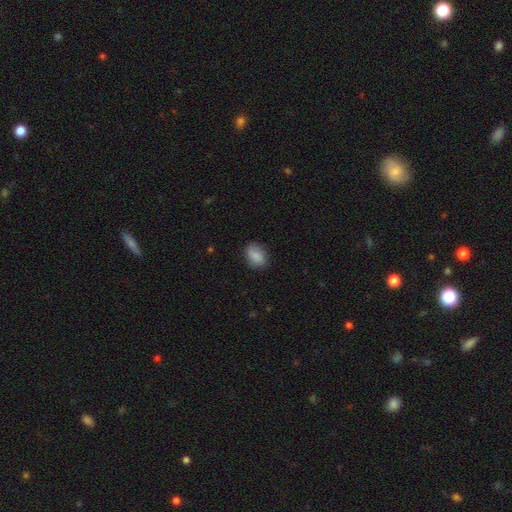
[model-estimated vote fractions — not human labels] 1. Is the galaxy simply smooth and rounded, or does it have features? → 85% smooth, 8% star or artifact, 7% featured or disk.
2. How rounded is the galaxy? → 75% in between, 24% round, 1% cigar-shaped.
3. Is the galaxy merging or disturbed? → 78% none, 17% minor disturbance, 4% major disturbance, 1% merger.